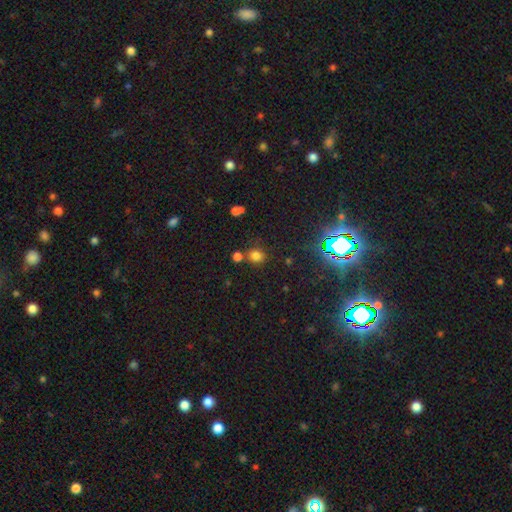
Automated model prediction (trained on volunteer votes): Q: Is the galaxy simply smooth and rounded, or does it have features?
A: smooth — 75%.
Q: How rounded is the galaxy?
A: round — 69%.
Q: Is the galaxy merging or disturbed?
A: none — 72%.